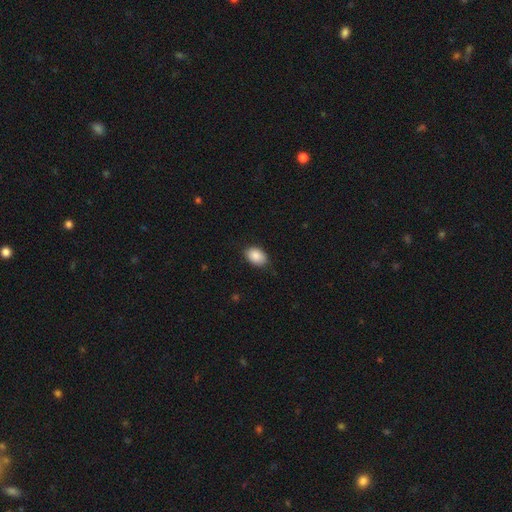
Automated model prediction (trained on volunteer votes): Smooth or featured: smooth — 89% (star or artifact — 7%)
How rounded: in between — 85% (round — 14%)
Merging: none — 83% (minor disturbance — 14%)